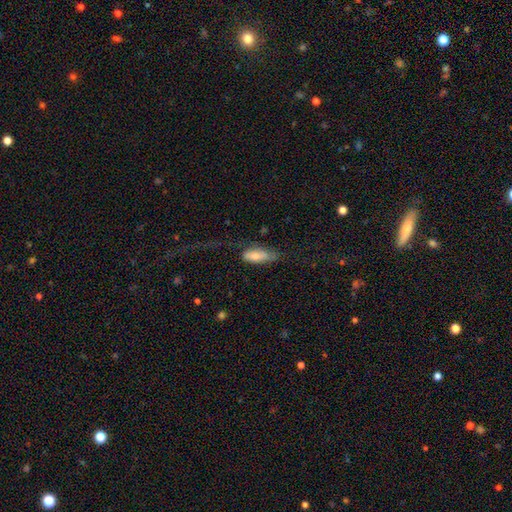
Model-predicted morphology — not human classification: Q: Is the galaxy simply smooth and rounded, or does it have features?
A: smooth — 73%.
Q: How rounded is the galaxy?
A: in between — 74%.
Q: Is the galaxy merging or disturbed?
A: none — 41%.